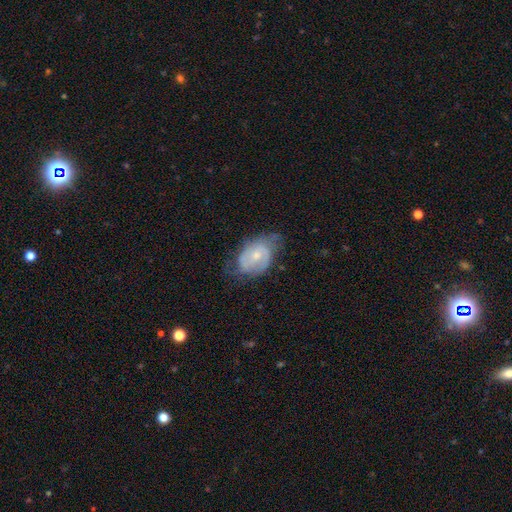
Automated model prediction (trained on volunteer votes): The model was most divided on "spiral winding": tight: 45%, medium: 39%, loose: 15%. More confident: edge-on disk — no (96%); spiral arms — yes (82%); smooth or featured — featured or disk (66%); bar — no (59%); spiral arm count — 2 (54%); bulge size — small (53%); merging — none (52%).